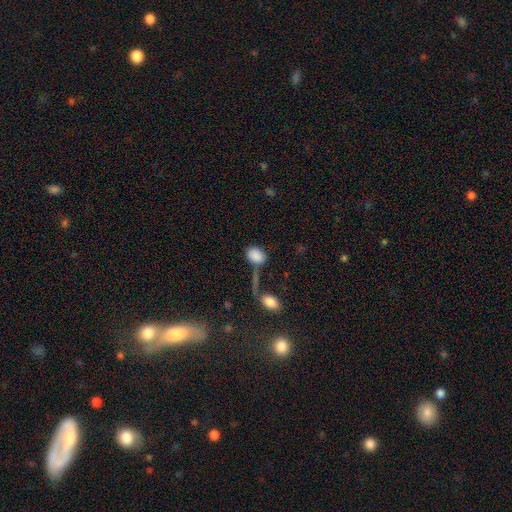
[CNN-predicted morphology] type=smooth (86%); roundness=in between (77%); merging=none (50%).